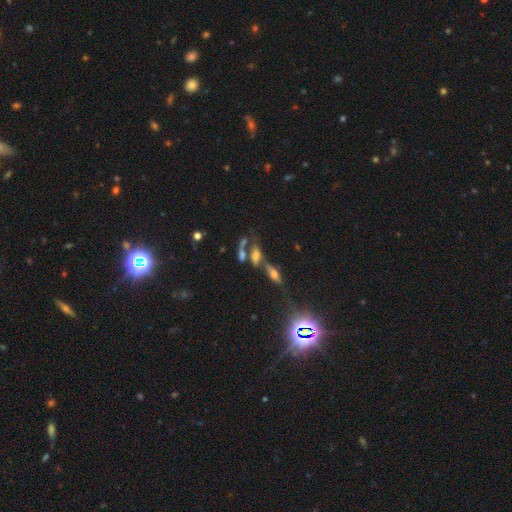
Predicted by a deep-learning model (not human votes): Smooth or featured? smooth (42%)
Merging? merger (44%)